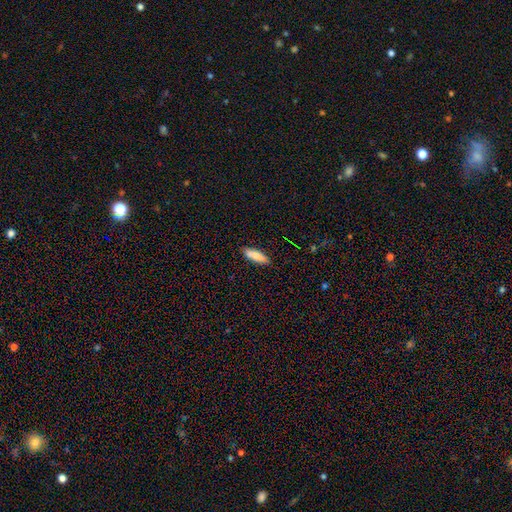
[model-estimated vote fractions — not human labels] Q: Smooth or featured?
A: smooth (79%); runner-up: featured or disk (14%)
Q: How rounded?
A: in between (49%); tied with: cigar-shaped (49%)
Q: Merging?
A: none (83%); runner-up: minor disturbance (12%)